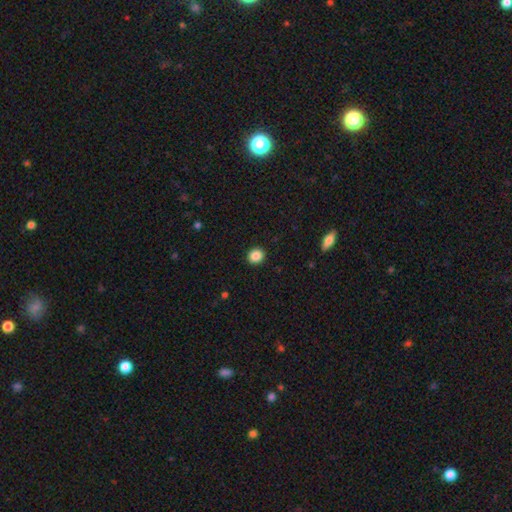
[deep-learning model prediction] smooth_or_featured: smooth (p=0.87) [alt: star or artifact p=0.10]
how_rounded: round (p=0.85) [alt: in between p=0.14]
merging: none (p=0.92) [alt: minor disturbance p=0.05]